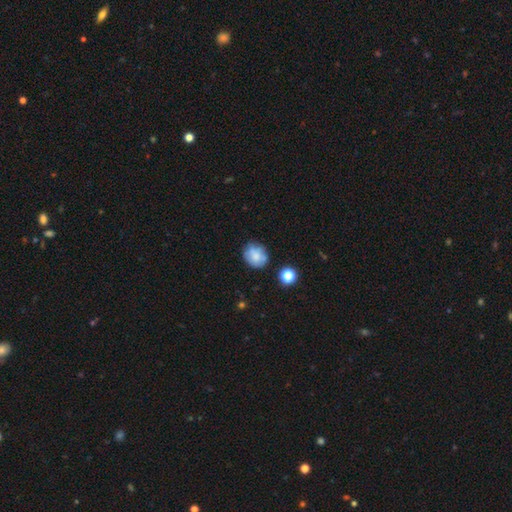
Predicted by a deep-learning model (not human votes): This is likely a smooth galaxy (67%). How rounded: likely round (65%). Merging: likely none (65%).